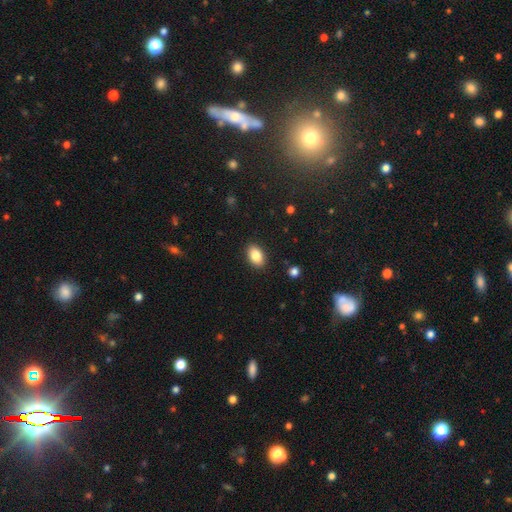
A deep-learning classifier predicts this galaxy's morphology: A smooth galaxy with no disk features (86%) that is in between round and cigar-shaped (90%). Merging: none (89%).